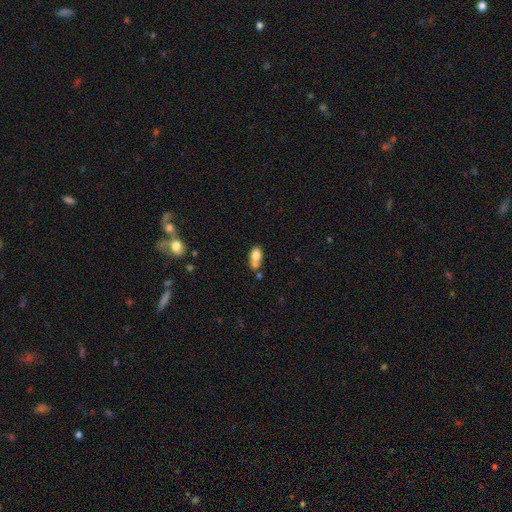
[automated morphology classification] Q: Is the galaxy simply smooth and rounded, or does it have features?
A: smooth — 76%.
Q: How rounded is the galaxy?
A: in between — 84%.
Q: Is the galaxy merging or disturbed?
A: merger — 39%.